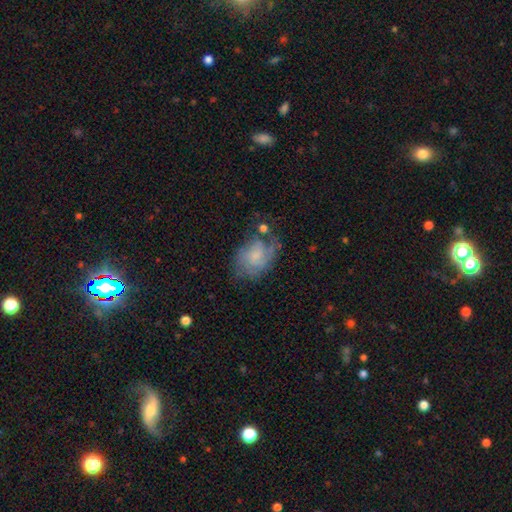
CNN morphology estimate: Overall: featured or disk (55%; smooth 36%). Edge-on disk: no (97%). Bar: no (66%; weak 30%). Spiral arms: yes (81%). Bulge size: small (52%; moderate 24%). Merging: none (44%; minor disturbance 27%).